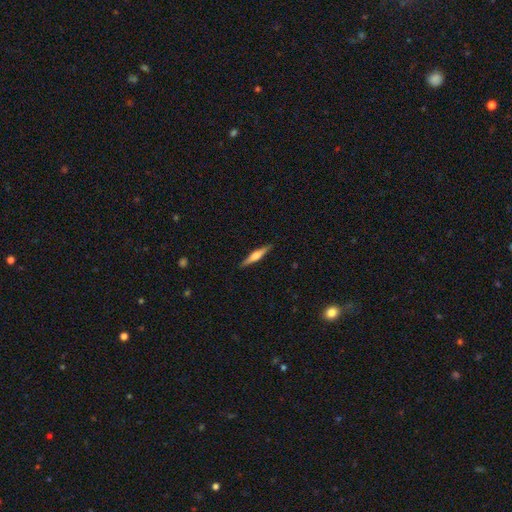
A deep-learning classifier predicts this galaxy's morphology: Q: Smooth or featured?
A: featured or disk (62%); runner-up: smooth (32%)
Q: Edge-on disk?
A: yes (97%); runner-up: no (3%)
Q: Edge-on bulge?
A: rounded (85%); runner-up: boxy (10%)
Q: Merging?
A: none (91%); runner-up: minor disturbance (7%)